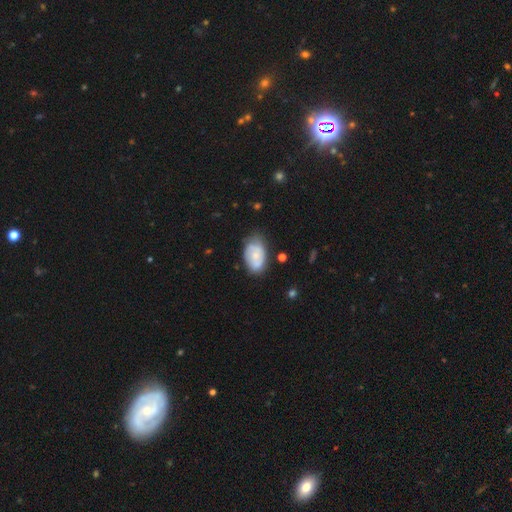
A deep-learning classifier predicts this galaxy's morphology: Smooth or featured: smooth — 50% (featured or disk — 44%)
Merging: none — 60% (minor disturbance — 29%)